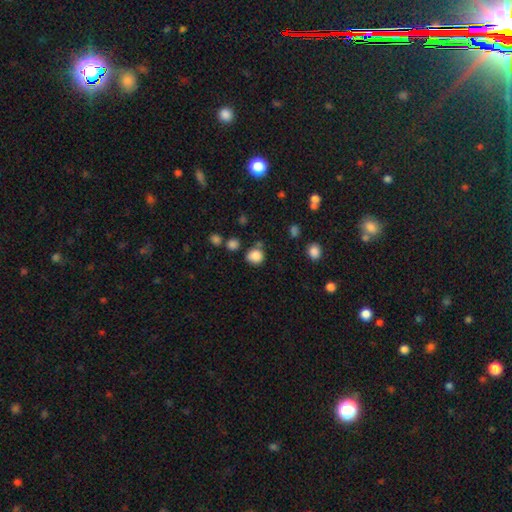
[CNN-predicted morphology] type=smooth (85%); roundness=round (80%); merging=none (71%).